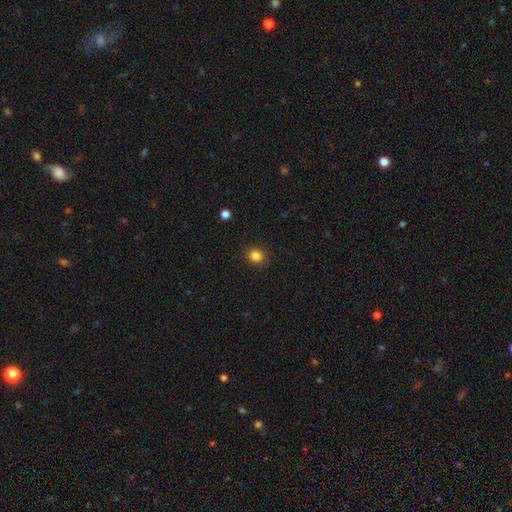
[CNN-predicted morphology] The model was most divided on "how rounded": round: 77%, in between: 22%, cigar-shaped: 1%. More confident: merging — none (90%); smooth or featured — smooth (84%).